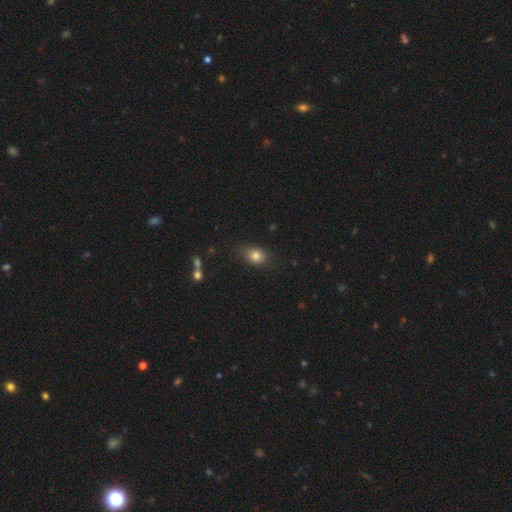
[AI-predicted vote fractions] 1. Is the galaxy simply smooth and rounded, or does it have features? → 81% smooth, 11% star or artifact, 8% featured or disk.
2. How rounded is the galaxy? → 56% in between, 42% round, 1% cigar-shaped.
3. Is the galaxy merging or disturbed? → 77% none, 17% minor disturbance, 4% major disturbance, 2% merger.